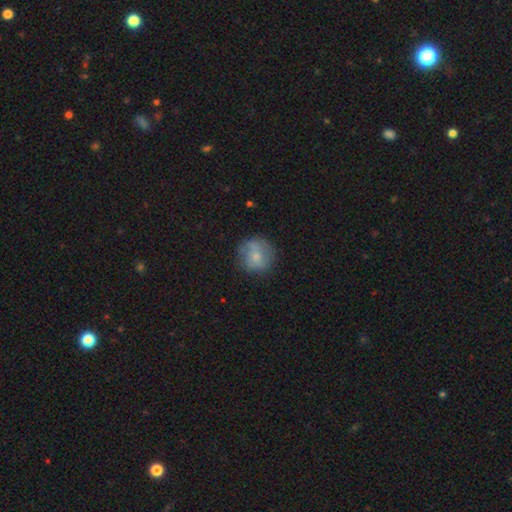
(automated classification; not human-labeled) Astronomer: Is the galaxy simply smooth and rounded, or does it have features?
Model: smooth — 60%.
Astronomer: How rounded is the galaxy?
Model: round — 90%.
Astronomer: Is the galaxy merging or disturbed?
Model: none — 71%.